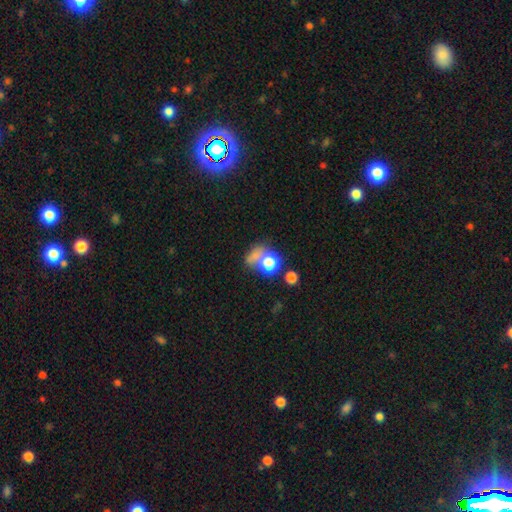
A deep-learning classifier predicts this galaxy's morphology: This appears to be a smooth galaxy with no disk features (63%) that is round (65%). Merging: none (40%).